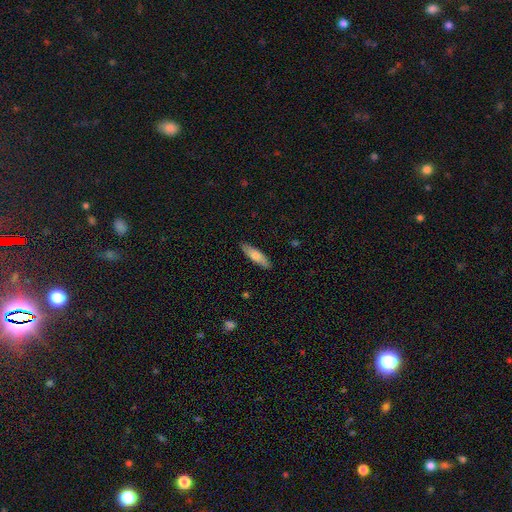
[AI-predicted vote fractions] This is likely a smooth galaxy (72%). How rounded: likely cigar-shaped (69%). Merging: clearly none (88%).